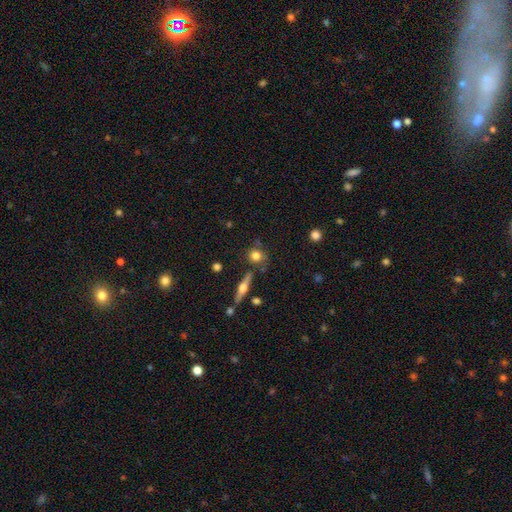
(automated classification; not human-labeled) This is likely a smooth galaxy (73%). How rounded: clearly round (82%). Merging: likely none (70%).